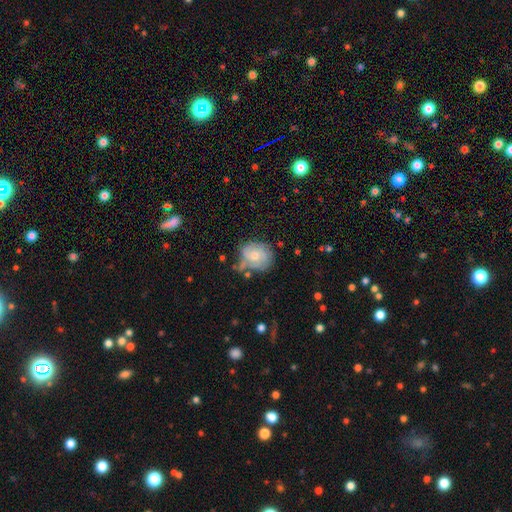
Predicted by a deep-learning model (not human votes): featured or disk 48%, smooth 44%, star or artifact 7%. Down the decision tree: merging — none (47%).